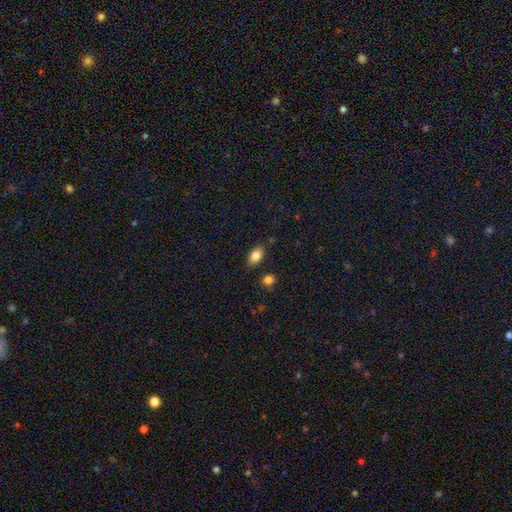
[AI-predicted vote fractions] This is clearly a smooth galaxy (85%). How rounded: clearly in between (90%). Merging: clearly none (83%).